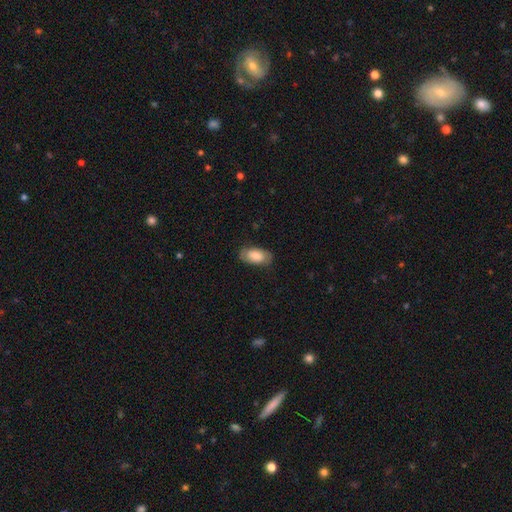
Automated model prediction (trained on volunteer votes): smooth 74%, featured or disk 20%, star or artifact 6%. Down the decision tree: how rounded — in between (93%); merging — none (77%).